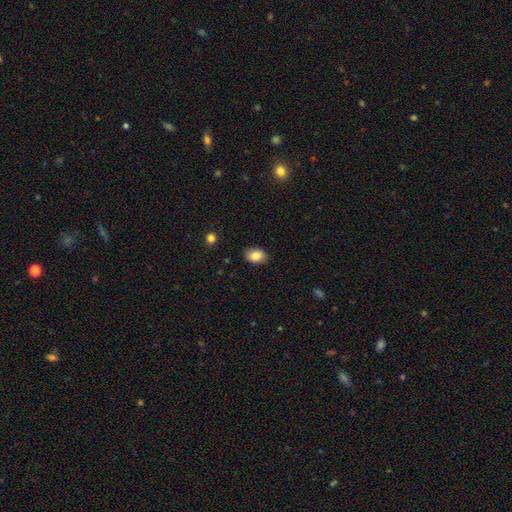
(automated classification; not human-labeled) Smooth or featured? smooth (85%)
How rounded? in between (83%)
Merging? none (86%)